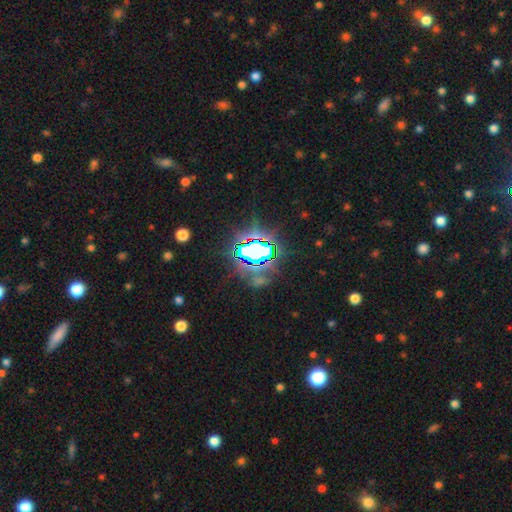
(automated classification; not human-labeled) star or artifact 75%, smooth 14%, featured or disk 11%.